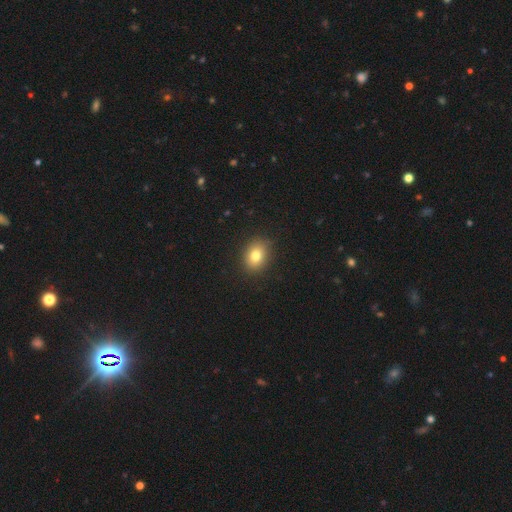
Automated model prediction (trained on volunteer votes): A smooth galaxy with no disk features (79%) that is in between round and cigar-shaped (56%). Merging: none (87%).